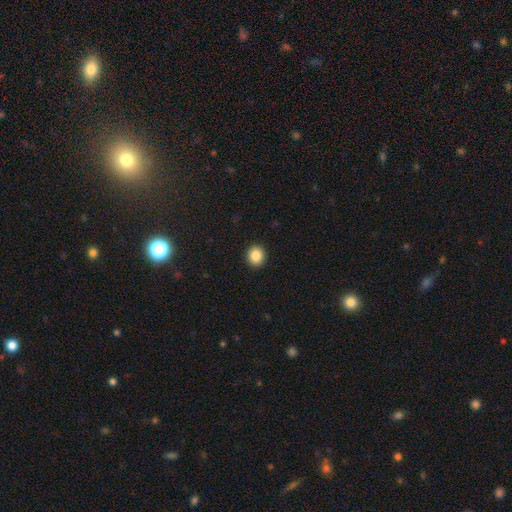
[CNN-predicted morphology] smooth 87%, star or artifact 9%, featured or disk 4%. Down the decision tree: how rounded — round (80%); merging — none (92%).